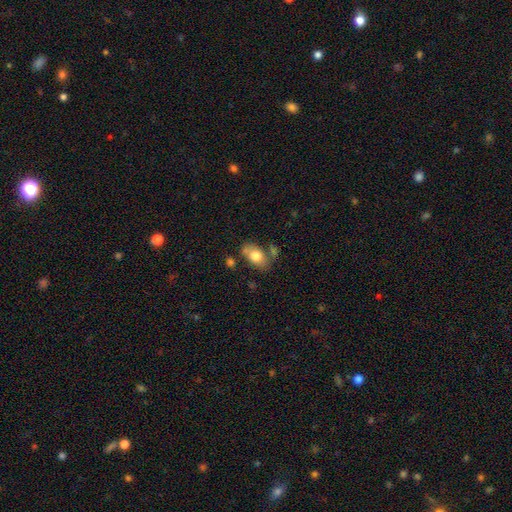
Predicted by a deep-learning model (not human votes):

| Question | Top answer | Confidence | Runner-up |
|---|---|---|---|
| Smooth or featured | smooth | 74% | featured or disk (18%) |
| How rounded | in between | 85% | round (13%) |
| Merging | none | 58% | minor disturbance (20%) |